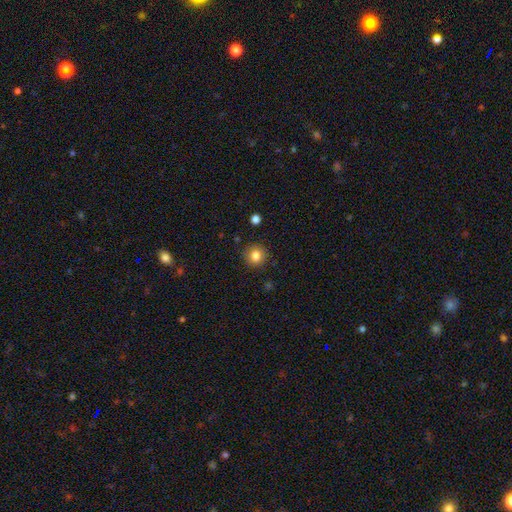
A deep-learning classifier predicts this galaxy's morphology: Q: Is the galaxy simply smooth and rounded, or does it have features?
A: smooth — 83%.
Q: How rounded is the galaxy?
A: round — 90%.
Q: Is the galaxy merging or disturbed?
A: none — 89%.